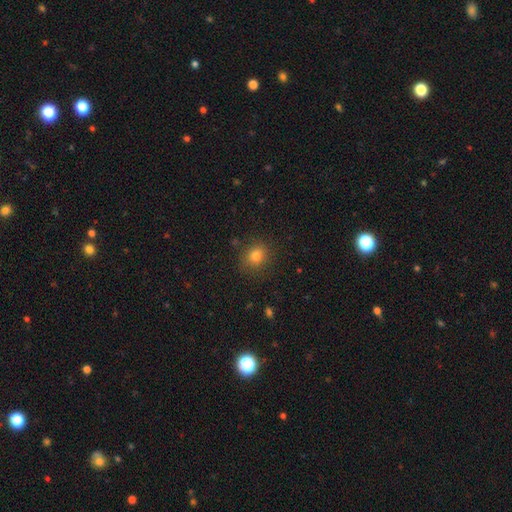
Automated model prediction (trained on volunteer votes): Smooth or featured? smooth (79%)
How rounded? round (72%)
Merging? none (85%)